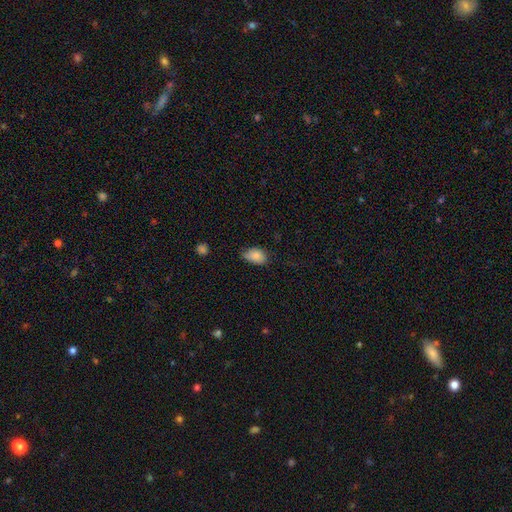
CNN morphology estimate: A smooth galaxy with no disk features (80%) that is in between round and cigar-shaped (85%).

Vote fractions:
- Smooth or featured? smooth: 80% / featured or disk: 12% / star or artifact: 8%
- How rounded? in between: 85% / round: 13% / cigar-shaped: 1%
- Merging? none: 55% / minor disturbance: 37% / major disturbance: 7% / merger: 2%